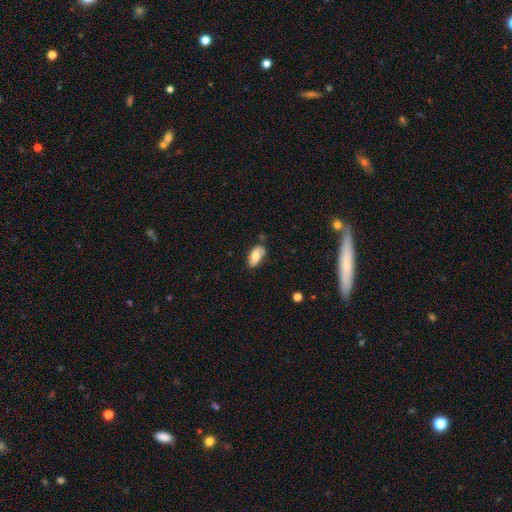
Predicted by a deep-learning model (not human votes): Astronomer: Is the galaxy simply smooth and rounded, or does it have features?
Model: smooth — 69%.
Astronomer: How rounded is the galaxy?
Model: in between — 91%.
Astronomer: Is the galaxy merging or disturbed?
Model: none — 62%.